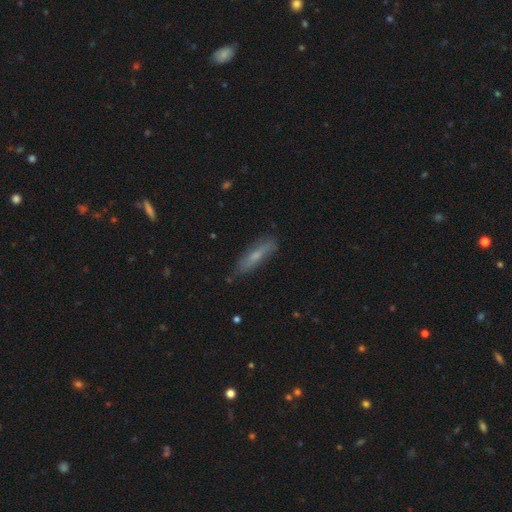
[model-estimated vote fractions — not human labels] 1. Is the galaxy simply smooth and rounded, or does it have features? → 59% smooth, 34% featured or disk, 7% star or artifact.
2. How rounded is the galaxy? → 74% cigar-shaped, 24% in between, 2% round.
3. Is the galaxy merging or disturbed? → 80% none, 16% minor disturbance, 3% major disturbance, 2% merger.